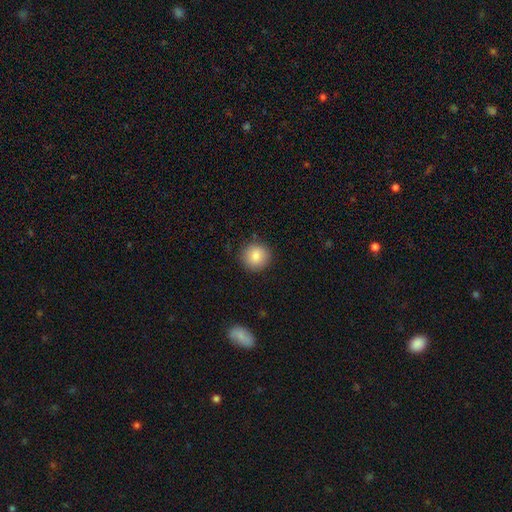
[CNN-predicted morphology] Smooth or featured?
  - smooth: 85% *
  - star or artifact: 9%
  - featured or disk: 7%
How rounded?
  - round: 93% *
  - in between: 6%
  - cigar-shaped: 1%
Merging?
  - none: 88% *
  - minor disturbance: 8%
  - major disturbance: 2%
  - merger: 1%